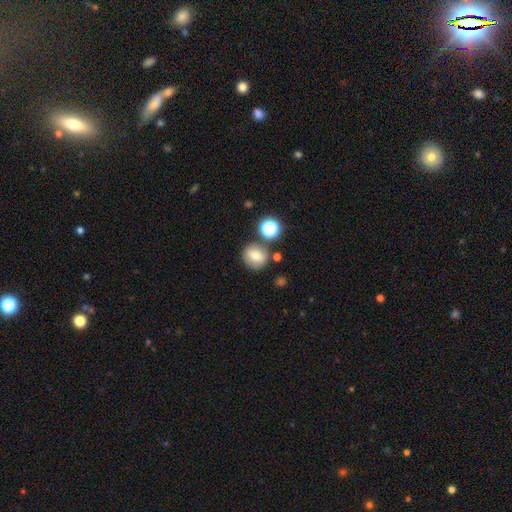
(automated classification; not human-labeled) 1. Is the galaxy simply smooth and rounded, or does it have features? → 72% smooth, 15% featured or disk, 13% star or artifact.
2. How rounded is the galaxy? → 86% round, 13% in between, 1% cigar-shaped.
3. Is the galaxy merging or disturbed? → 76% none, 11% merger, 10% minor disturbance, 3% major disturbance.